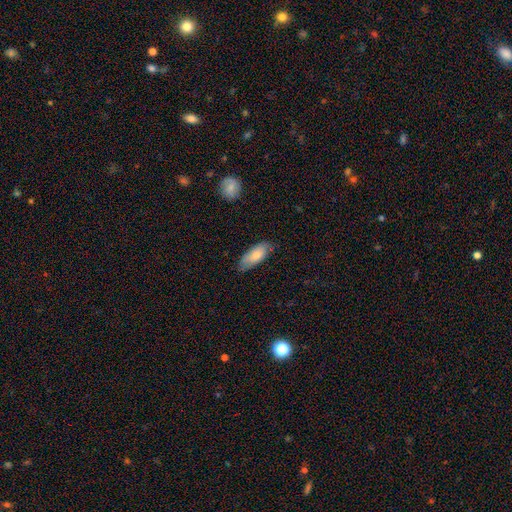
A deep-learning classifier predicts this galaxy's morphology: Overall: smooth (81%). How rounded: in between (80%). Merging: none (76%).